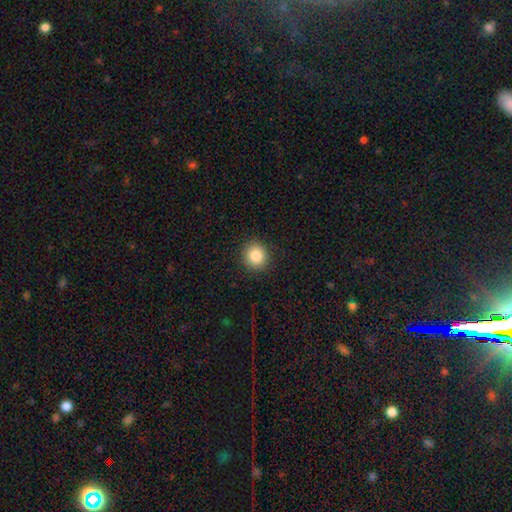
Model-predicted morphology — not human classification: This appears to be a smooth galaxy with no disk features (84%) that is round (88%). Merging: none (91%).